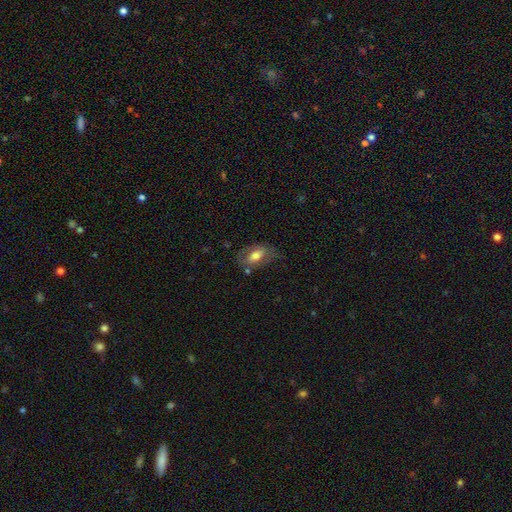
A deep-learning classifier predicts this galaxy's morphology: This is possibly a smooth galaxy (57%). How rounded: clearly in between (89%). Merging: possibly none (60%).